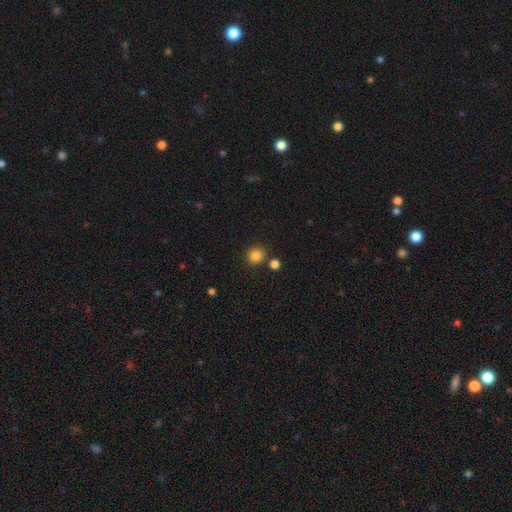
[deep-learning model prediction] This is clearly a smooth galaxy (85%). How rounded: clearly round (87%). Merging: clearly none (81%).